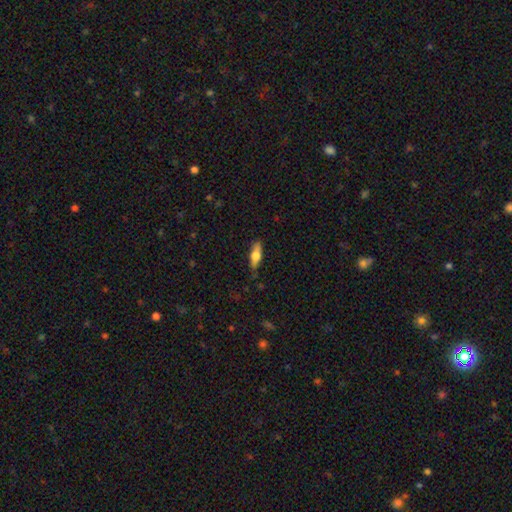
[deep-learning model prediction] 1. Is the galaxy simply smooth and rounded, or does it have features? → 63% smooth, 31% featured or disk, 6% star or artifact.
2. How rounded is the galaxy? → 54% in between, 44% cigar-shaped, 3% round.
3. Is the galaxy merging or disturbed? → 80% none, 15% minor disturbance, 3% major disturbance, 1% merger.